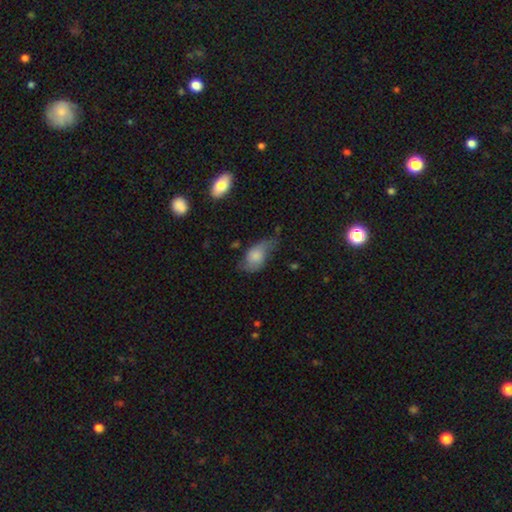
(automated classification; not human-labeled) A smooth galaxy with no disk features (64%) that is in between round and cigar-shaped (88%).

Vote fractions:
- Smooth or featured? smooth: 64% / featured or disk: 29% / star or artifact: 7%
- How rounded? in between: 88% / round: 8% / cigar-shaped: 3%
- Merging? minor disturbance: 39% / none: 37% / major disturbance: 21% / merger: 3%